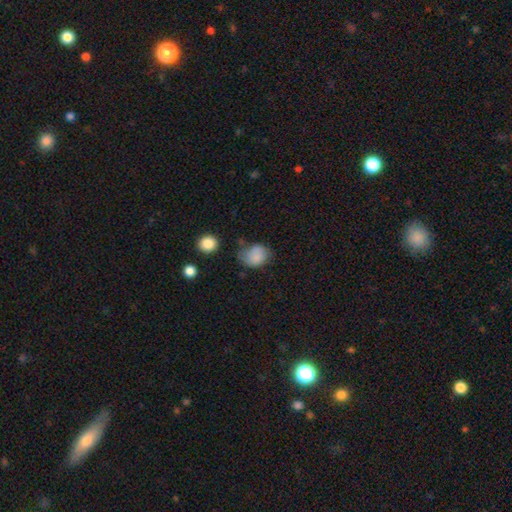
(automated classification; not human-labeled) Smooth or featured? smooth (81%)
How rounded? in between (52%)
Merging? none (50%)